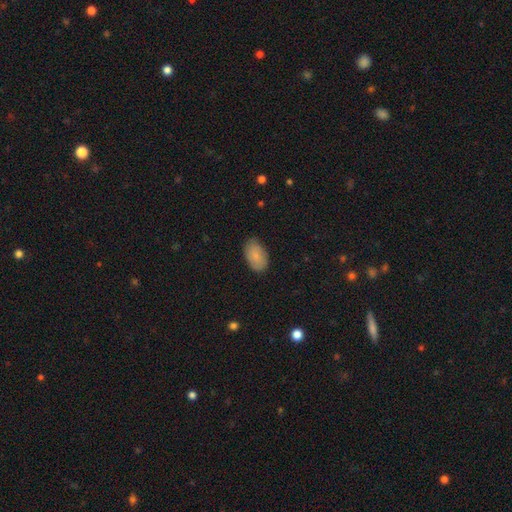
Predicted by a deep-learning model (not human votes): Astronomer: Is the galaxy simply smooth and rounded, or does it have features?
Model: smooth — 85%.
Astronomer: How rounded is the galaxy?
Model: in between — 93%.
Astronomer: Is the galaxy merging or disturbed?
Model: none — 80%.